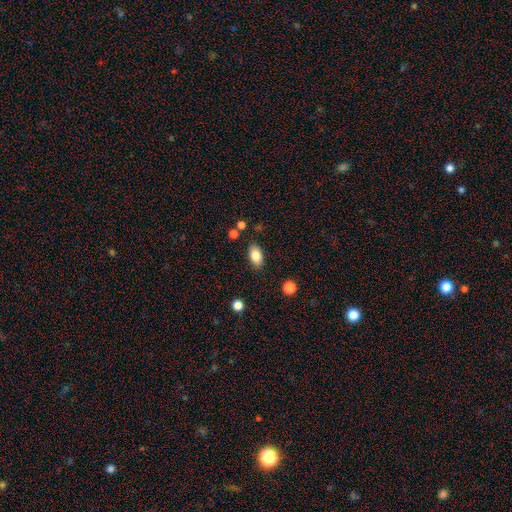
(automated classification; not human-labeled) Overall: smooth (84%). How rounded: in between (91%). Merging: none (85%).